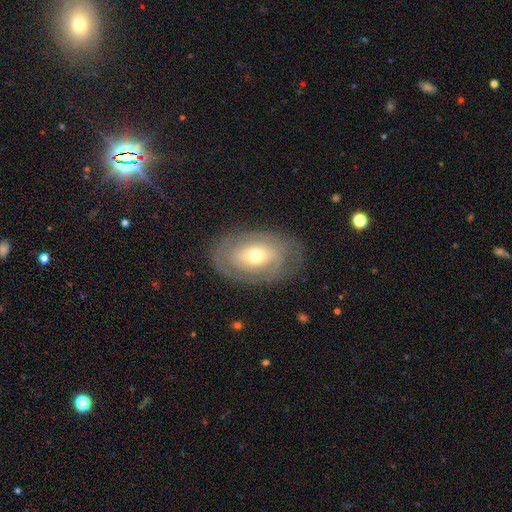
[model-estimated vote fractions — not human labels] The model was most divided on "spiral arms": no: 54%, yes: 46%. More confident: edge-on disk — no (91%); merging — none (78%); bar — no (77%); smooth or featured — featured or disk (57%); bulge size — moderate (54%).